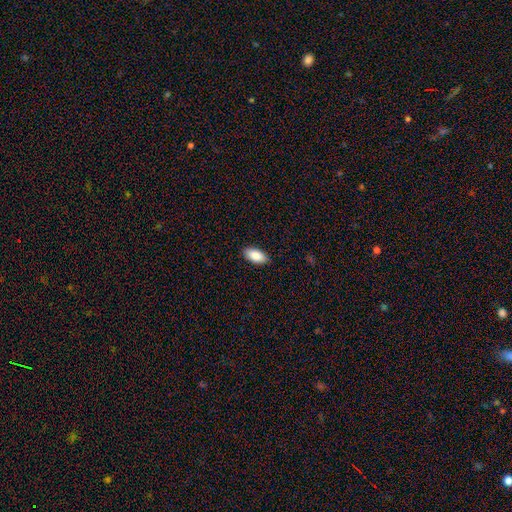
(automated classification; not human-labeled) Smooth or featured? smooth (88%)
How rounded? in between (92%)
Merging? none (88%)